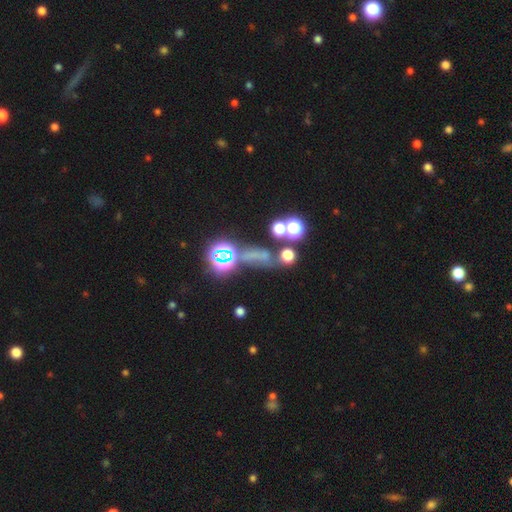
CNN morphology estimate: star or artifact 56%, smooth 29%, featured or disk 15%.